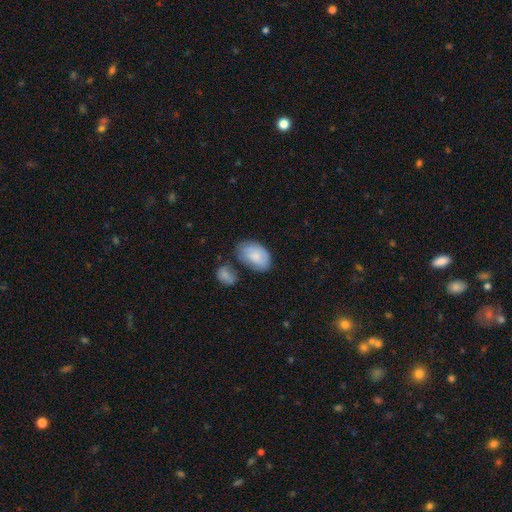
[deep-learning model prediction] Overall: smooth (71%). How rounded: in between (90%). Merging: none (52%; minor disturbance 26%).